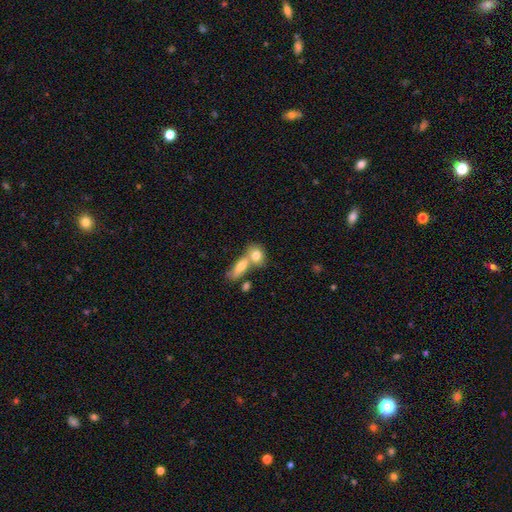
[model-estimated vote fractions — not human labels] Smooth or featured? smooth (76%)
How rounded? in between (55%)
Merging? merger (56%)